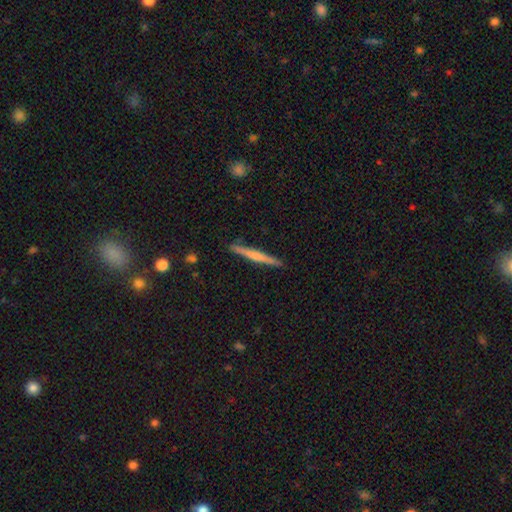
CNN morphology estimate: Smooth or featured: featured or disk — 51% (smooth — 44%)
Edge-on disk: yes — 98% (no — 2%)
Merging: none — 90% (minor disturbance — 7%)